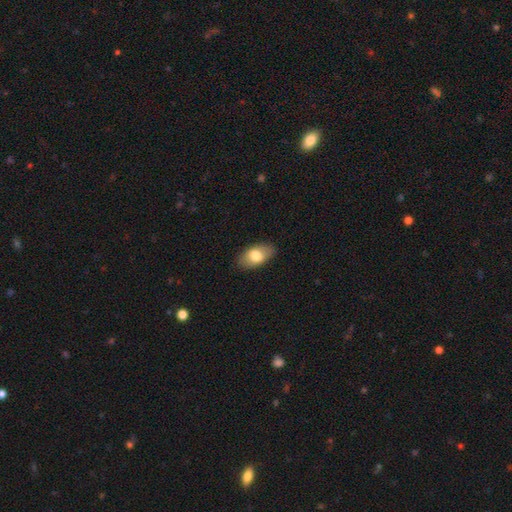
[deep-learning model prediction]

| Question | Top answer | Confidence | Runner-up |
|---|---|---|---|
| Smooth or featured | smooth | 76% | featured or disk (17%) |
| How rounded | in between | 92% | round (5%) |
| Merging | none | 84% | minor disturbance (13%) |